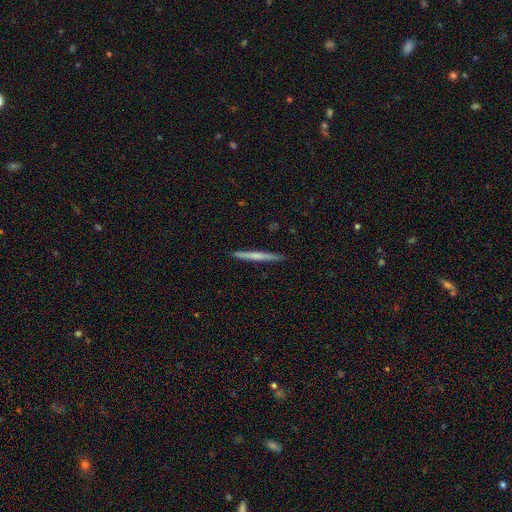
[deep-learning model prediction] This appears to be a smooth galaxy with no disk features (49%). Merging: none (92%).